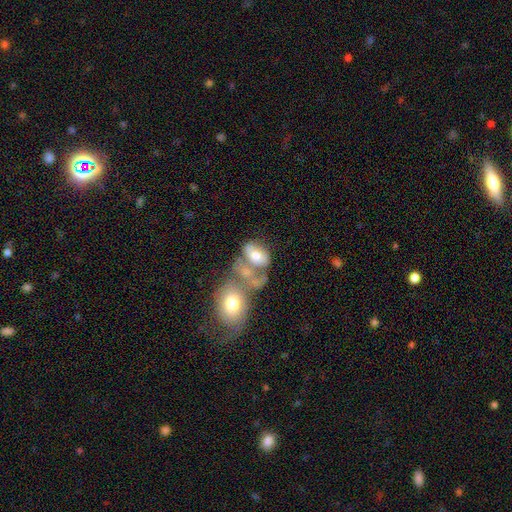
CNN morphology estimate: Smooth or featured?
  - smooth: 56% *
  - featured or disk: 34%
  - star or artifact: 10%
How rounded?
  - in between: 80% *
  - round: 18%
  - cigar-shaped: 2%
Merging?
  - merger: 51% *
  - none: 24%
  - major disturbance: 13%
  - minor disturbance: 12%